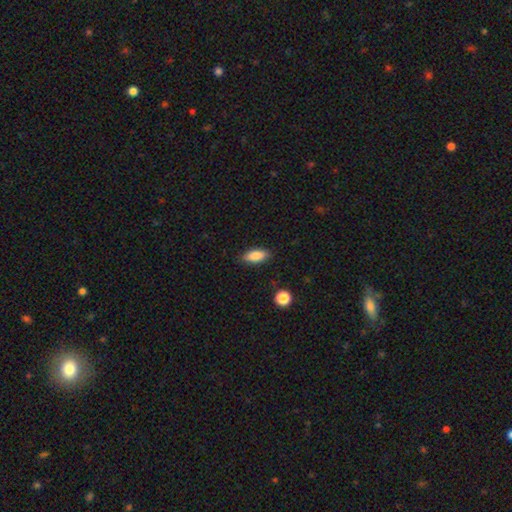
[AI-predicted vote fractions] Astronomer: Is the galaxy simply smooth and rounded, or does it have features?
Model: smooth — 85%.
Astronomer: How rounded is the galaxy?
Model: in between — 81%.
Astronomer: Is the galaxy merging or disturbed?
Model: none — 85%.